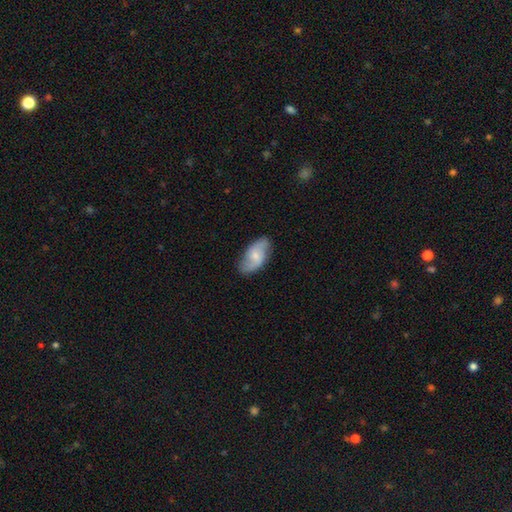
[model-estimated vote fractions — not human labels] Smooth or featured: featured or disk — 47% (tied with smooth — 47%)
Merging: none — 76% (minor disturbance — 18%)